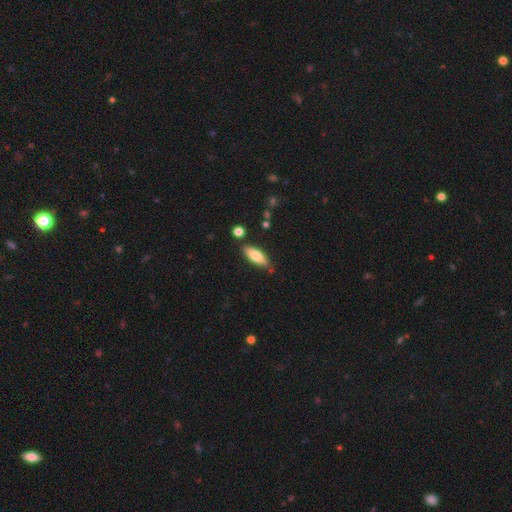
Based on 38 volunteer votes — Smooth or featured?
  - smooth: 61% *
  - featured or disk: 34%
  - star or artifact: 5%
How rounded?
  - in between: 74% *
  - cigar-shaped: 26%
  - round: 0%
Merging?
  - none: 67% *
  - minor disturbance: 28%
  - merger: 6%
  - major disturbance: 0%